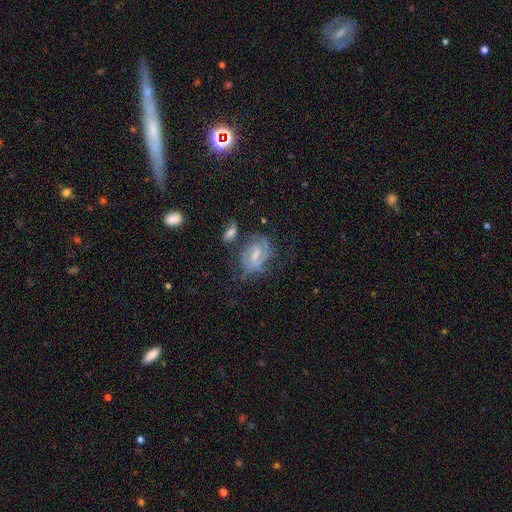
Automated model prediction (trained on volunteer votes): smooth_or_featured: featured or disk (p=0.74) [alt: smooth p=0.17]
disk_edge_on: no (p=0.96) [alt: yes p=0.04]
bar: weak (p=0.55) [alt: no p=0.24]
has_spiral_arms: yes (p=0.89) [alt: no p=0.11]
spiral_winding: tight (p=0.46) [alt: medium p=0.42]
spiral_arm_count: 2 (p=0.56) [alt: can't tell p=0.24]
bulge_size: small (p=0.46) [alt: moderate p=0.32]
merging: none (p=0.57) [alt: minor disturbance p=0.21]